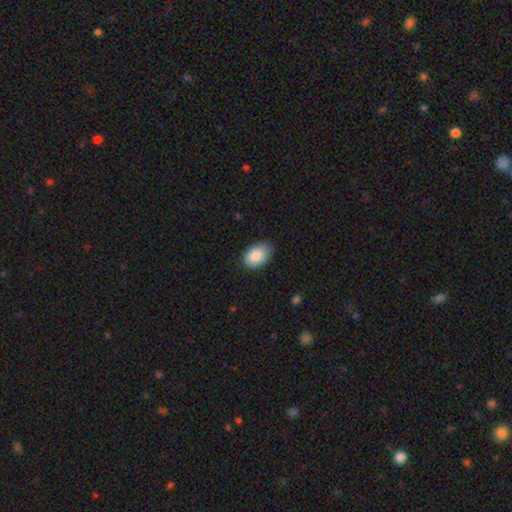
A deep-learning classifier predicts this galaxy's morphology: smooth-or-featured: smooth: 87% | star or artifact: 7% | featured or disk: 7%
  how-rounded: in between: 89% | round: 10% | cigar-shaped: 1%
  merging: none: 80% | minor disturbance: 17% | major disturbance: 3% | merger: 1%